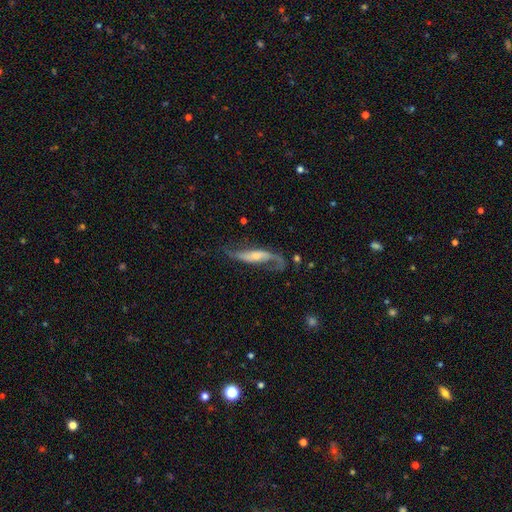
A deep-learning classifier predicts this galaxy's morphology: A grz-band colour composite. It shows a featured or disk galaxy (82%) with no bar (41%), 2 (83%) loose (73%) spiral arms (93%) and a small central bulge (55%). Merging: none (56%).